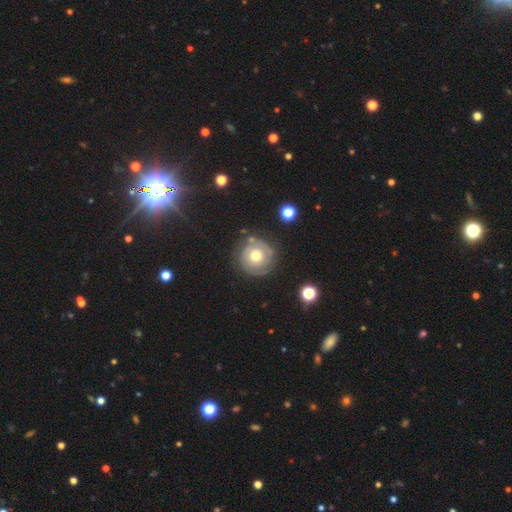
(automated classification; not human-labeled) smooth-or-featured: featured or disk: 57% | smooth: 35% | star or artifact: 8%
  disk-edge-on: no: 97% | yes: 3%
    bar: no: 86% | weak: 11% | strong: 3%
    has-spiral-arms: yes: 68% | no: 32%
    bulge-size: moderate: 66% | large: 23% | small: 8% | dominant: 2% | none: 1%
  merging: none: 77% | minor disturbance: 14% | major disturbance: 6% | merger: 3%